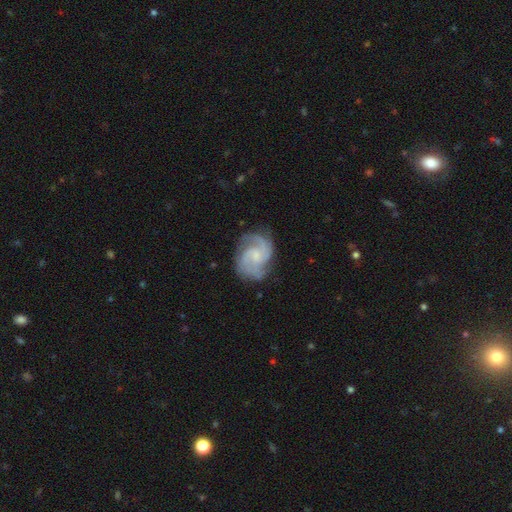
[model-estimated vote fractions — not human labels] smooth_or_featured: featured or disk (p=0.88) [alt: smooth p=0.07]
disk_edge_on: no (p=0.98) [alt: yes p=0.02]
bar: no (p=0.53) [alt: weak p=0.41]
has_spiral_arms: yes (p=0.98) [alt: no p=0.02]
spiral_winding: medium (p=0.53) [alt: tight p=0.34]
spiral_arm_count: 2 (p=0.56) [alt: 3 p=0.27]
bulge_size: small (p=0.53) [alt: moderate p=0.27]
merging: none (p=0.73) [alt: minor disturbance p=0.18]